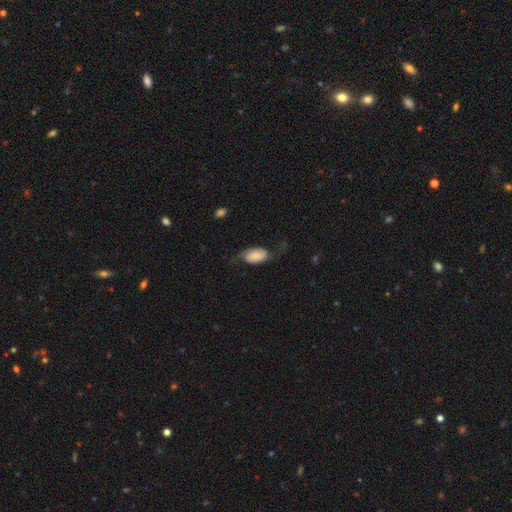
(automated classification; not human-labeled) smooth_or_featured: smooth (p=0.46) [tied with: featured or disk p=0.46]
merging: none (p=0.54) [alt: minor disturbance p=0.22]